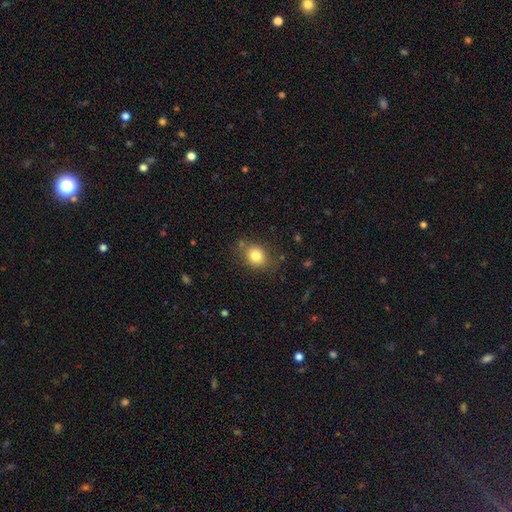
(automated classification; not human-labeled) This appears to be a smooth galaxy with no disk features (80%) that is round (59%). Merging: none (76%).